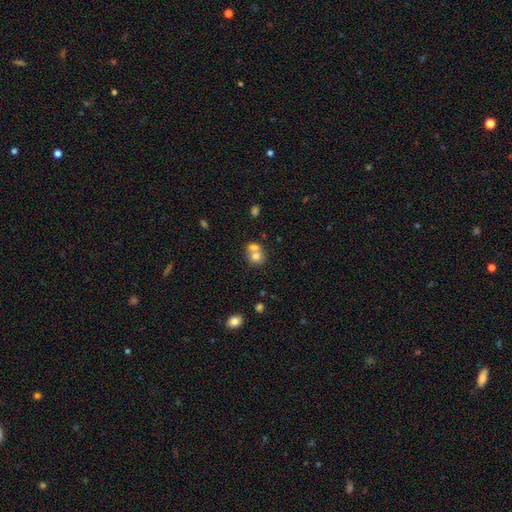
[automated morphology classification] The model was most divided on "merging": merger: 62%, none: 29%, minor disturbance: 6%, major disturbance: 3%. More confident: smooth or featured — smooth (72%); how rounded — round (69%).